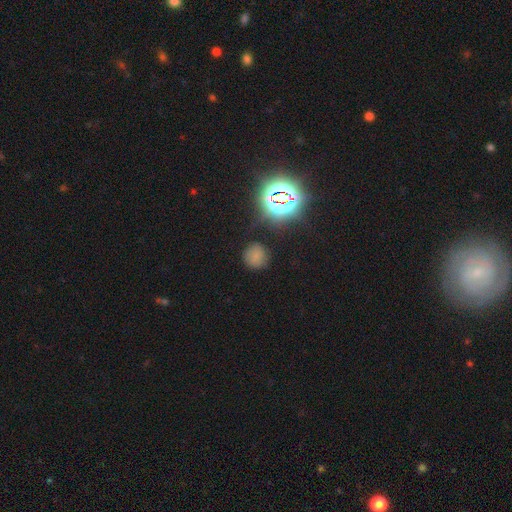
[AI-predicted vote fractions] Q: Smooth or featured?
A: smooth (66%); runner-up: star or artifact (25%)
Q: How rounded?
A: round (86%); runner-up: in between (13%)
Q: Merging?
A: none (79%); runner-up: minor disturbance (14%)